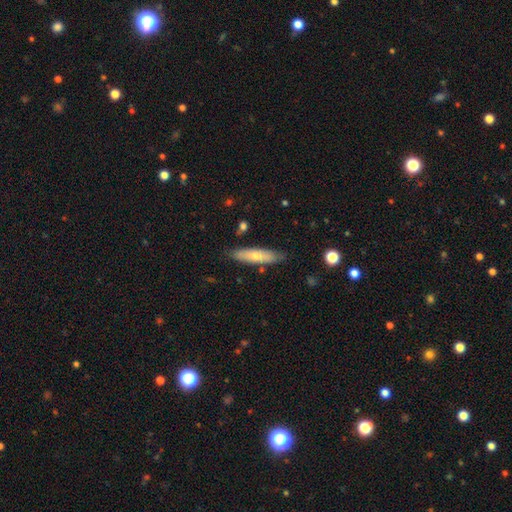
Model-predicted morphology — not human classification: Q: Smooth or featured?
A: smooth (61%); runner-up: featured or disk (33%)
Q: How rounded?
A: cigar-shaped (70%); runner-up: in between (29%)
Q: Merging?
A: none (82%); runner-up: minor disturbance (14%)